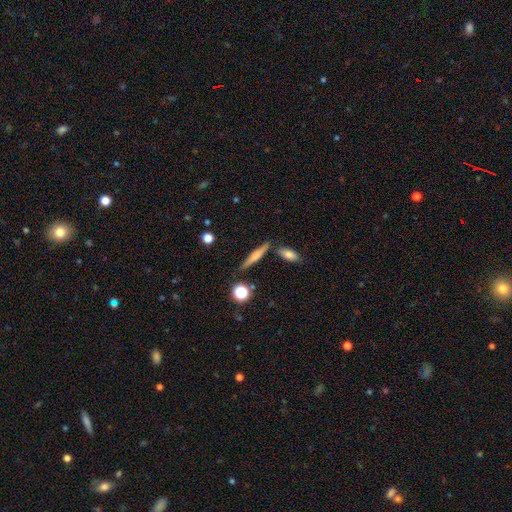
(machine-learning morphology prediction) A smooth galaxy with no disk features (58%) that is cigar-shaped (85%).

Vote fractions:
- Smooth or featured? smooth: 58% / featured or disk: 34% / star or artifact: 8%
- How rounded? cigar-shaped: 85% / in between: 12% / round: 4%
- Merging? none: 81% / minor disturbance: 10% / merger: 7% / major disturbance: 2%